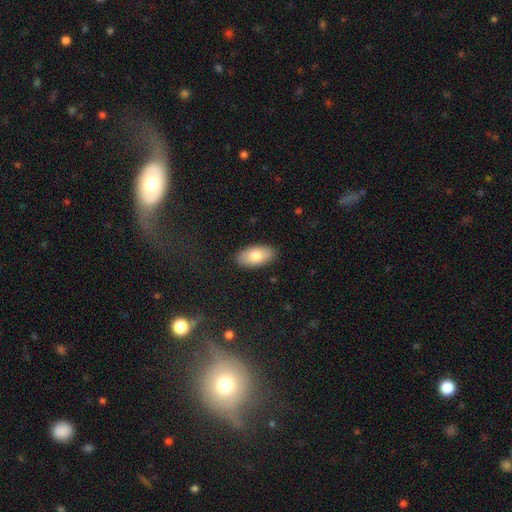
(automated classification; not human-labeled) Smooth or featured? smooth (80%)
How rounded? in between (94%)
Merging? none (88%)